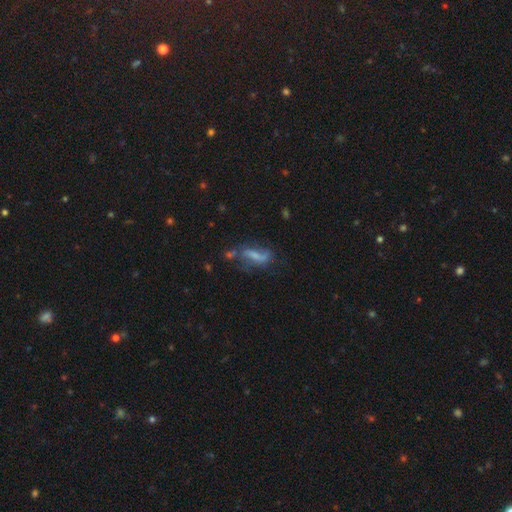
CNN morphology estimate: A featured or disk galaxy (48%). Merging: none (39%).